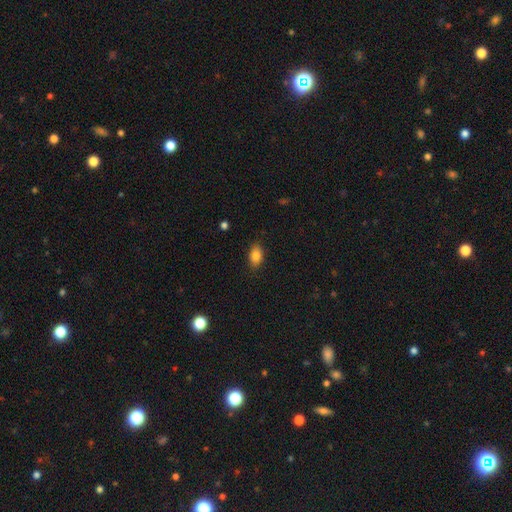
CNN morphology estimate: This is clearly a smooth galaxy (84%). How rounded: clearly in between (88%). Merging: clearly none (86%).